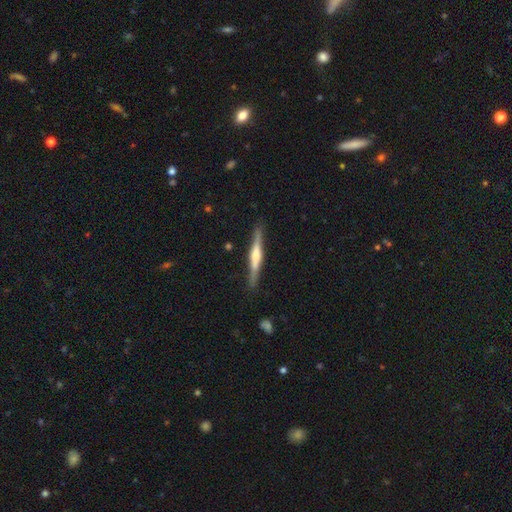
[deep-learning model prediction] Q: Smooth or featured?
A: featured or disk (67%); runner-up: smooth (28%)
Q: Edge-on disk?
A: yes (98%); runner-up: no (2%)
Q: Edge-on bulge?
A: rounded (64%); runner-up: boxy (24%)
Q: Merging?
A: none (89%); runner-up: minor disturbance (8%)